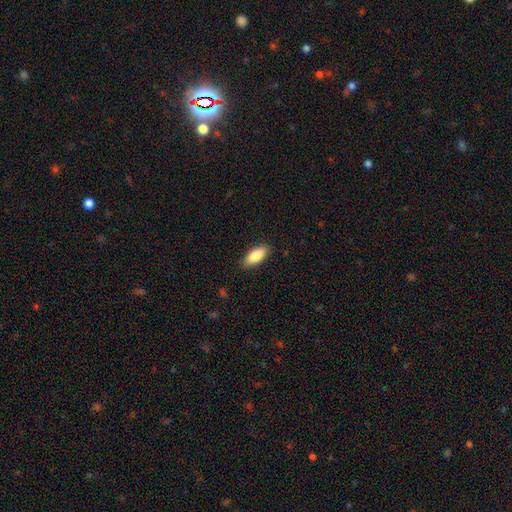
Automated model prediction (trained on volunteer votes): Q: Smooth or featured?
A: smooth (87%); runner-up: featured or disk (7%)
Q: How rounded?
A: in between (85%); runner-up: cigar-shaped (13%)
Q: Merging?
A: none (88%); runner-up: minor disturbance (9%)